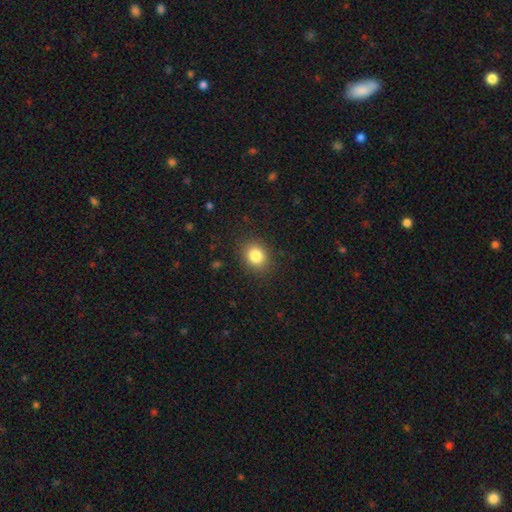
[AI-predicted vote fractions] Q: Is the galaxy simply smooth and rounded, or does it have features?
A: smooth — 83%.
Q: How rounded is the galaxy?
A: round — 62%.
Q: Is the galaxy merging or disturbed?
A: none — 87%.